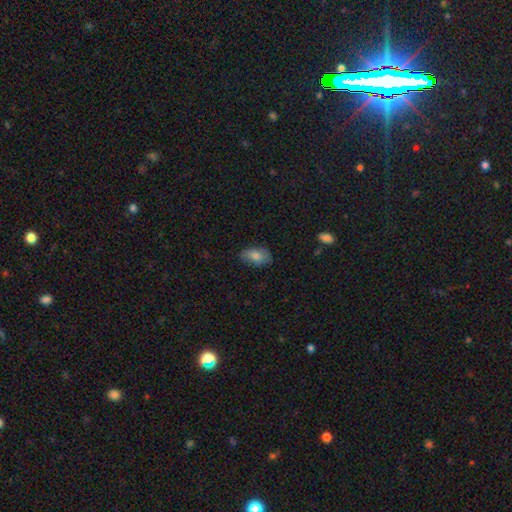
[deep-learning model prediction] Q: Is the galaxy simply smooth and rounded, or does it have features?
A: smooth — 76%.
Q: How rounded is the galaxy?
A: in between — 90%.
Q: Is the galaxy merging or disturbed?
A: none — 74%.